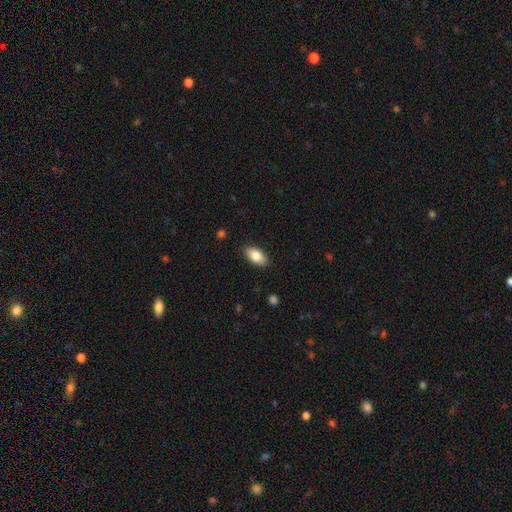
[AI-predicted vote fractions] smooth 83%, featured or disk 10%, star or artifact 7%. Down the decision tree: how rounded — in between (93%); merging — none (88%).